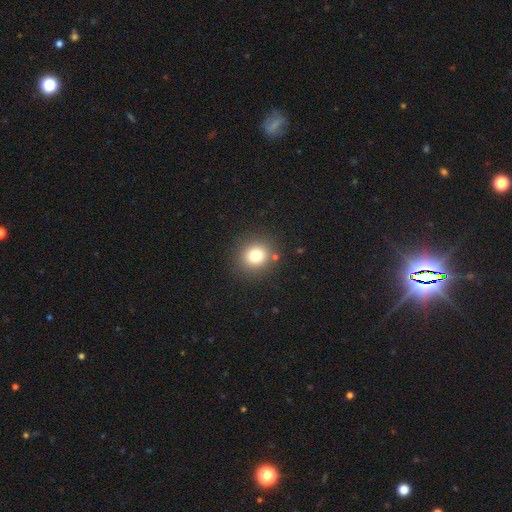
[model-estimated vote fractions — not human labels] smooth 77%, star or artifact 14%, featured or disk 9%. Down the decision tree: how rounded — round (86%); merging — none (87%).